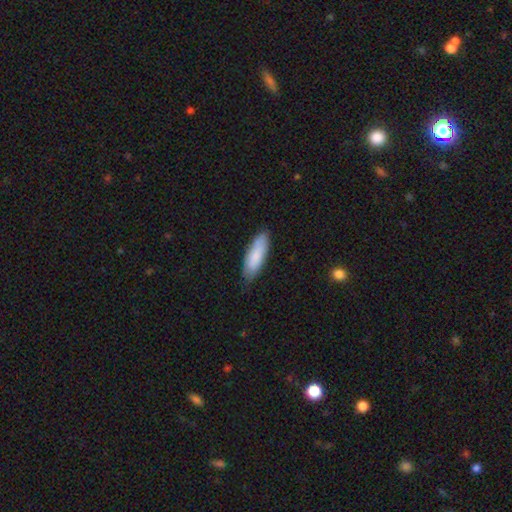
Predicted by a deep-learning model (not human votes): This is clearly a smooth galaxy (83%). How rounded: possibly in between (57%). Merging: likely none (79%).